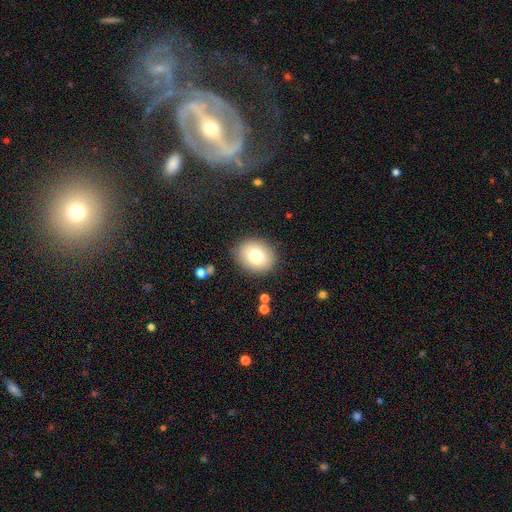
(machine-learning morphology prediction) Overall: smooth (77%). How rounded: round (70%). Merging: none (88%).